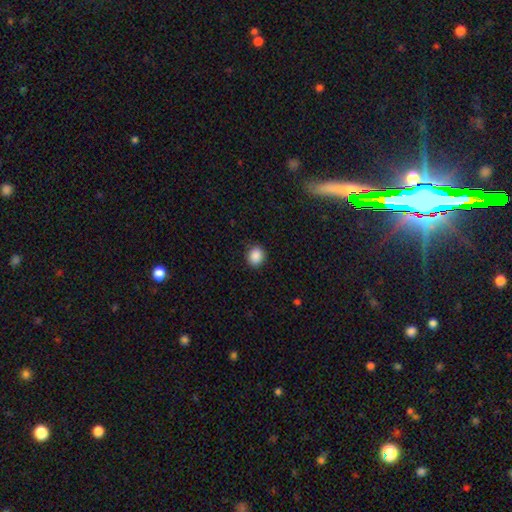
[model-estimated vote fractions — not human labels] Overall: smooth (88%). How rounded: round (68%; in between 31%). Merging: none (88%).